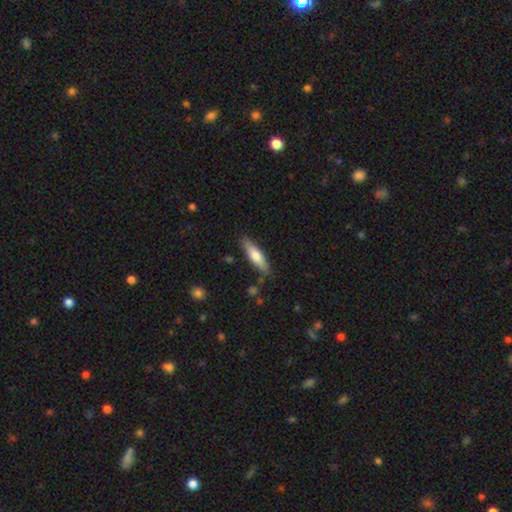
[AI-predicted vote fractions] The model was most divided on "smooth or featured": smooth: 64%, featured or disk: 30%, star or artifact: 6%. More confident: merging — none (84%); how rounded — cigar-shaped (67%).